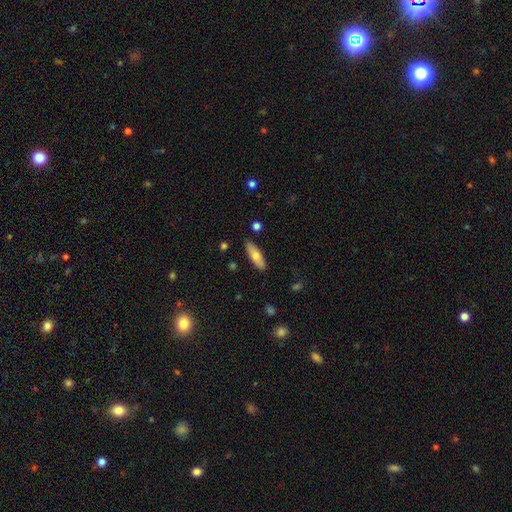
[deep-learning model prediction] A smooth galaxy with no disk features (68%) that is cigar-shaped (49%). Merging: none (87%).